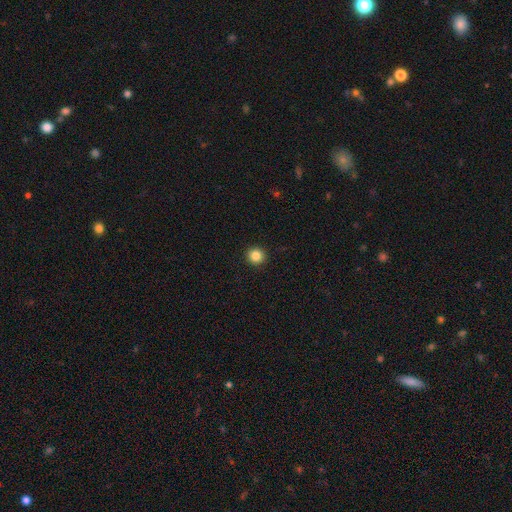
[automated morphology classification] smooth-or-featured: smooth: 85% | star or artifact: 11% | featured or disk: 4%
  how-rounded: round: 94% | in between: 5% | cigar-shaped: 1%
  merging: none: 93% | minor disturbance: 4% | major disturbance: 2% | merger: 1%